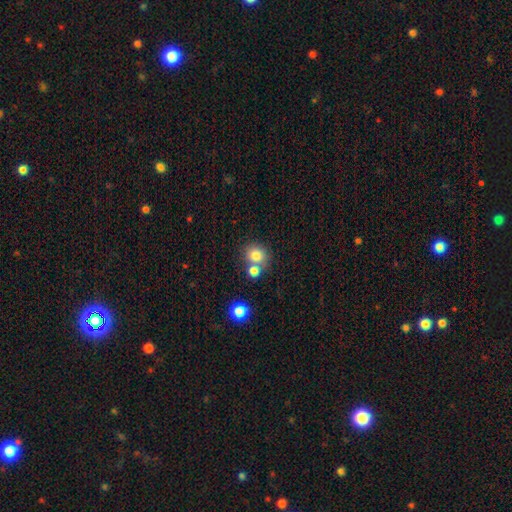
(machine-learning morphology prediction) Smooth or featured: smooth — 80% (star or artifact — 11%)
How rounded: round — 75% (in between — 24%)
Merging: none — 56% (merger — 31%)